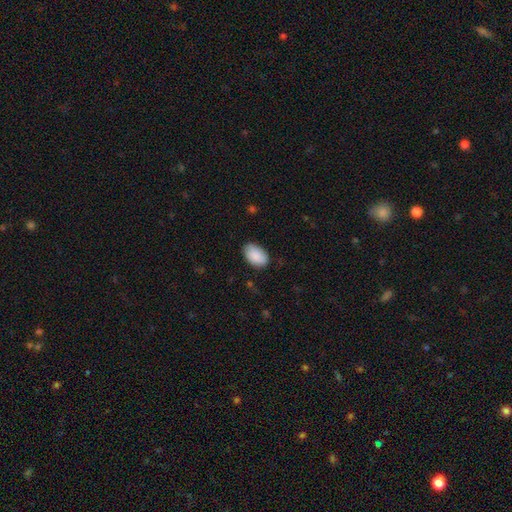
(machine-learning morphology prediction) Smooth or featured? Predicted: smooth (p=0.89). How rounded? Predicted: in between (p=0.92). Merging? Predicted: none (p=0.80).